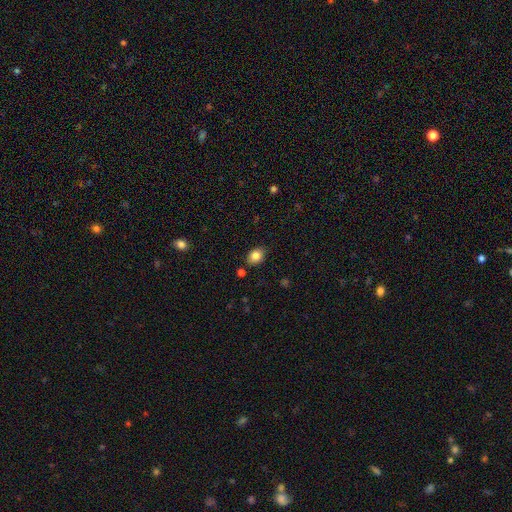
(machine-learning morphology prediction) A smooth galaxy with no disk features (83%) that is in between round and cigar-shaped (66%). Merging: none (83%).